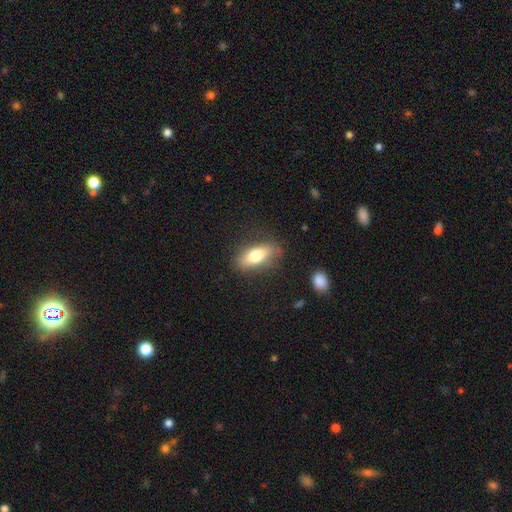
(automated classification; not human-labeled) This is likely a smooth galaxy (69%). How rounded: likely in between (69%). Merging: likely none (79%).